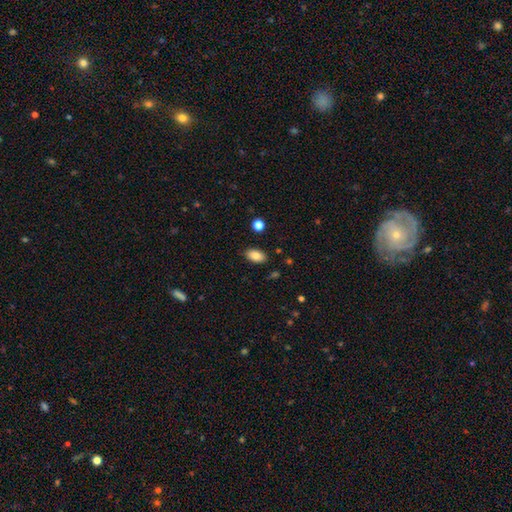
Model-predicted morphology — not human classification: A smooth galaxy with no disk features (85%) that is in between round and cigar-shaped (92%). Merging: none (86%).